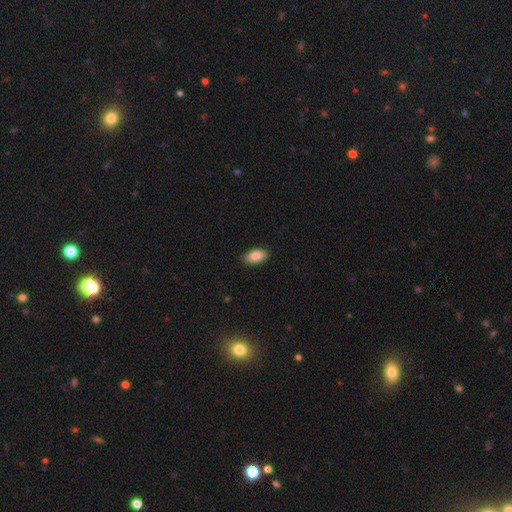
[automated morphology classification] Overall: smooth (87%). How rounded: in between (92%). Merging: none (87%).